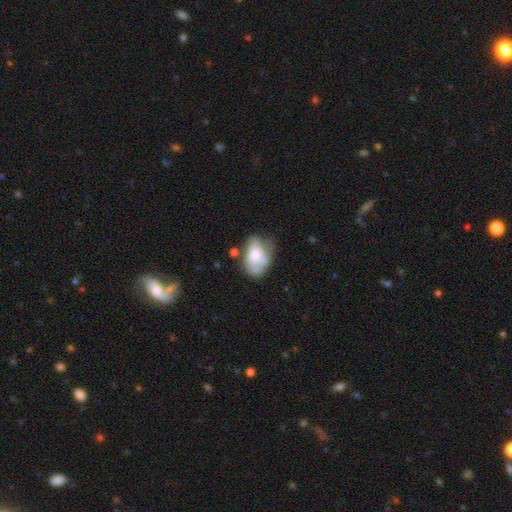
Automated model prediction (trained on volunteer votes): Q: Smooth or featured?
A: smooth (48%); runner-up: featured or disk (44%)
Q: Merging?
A: none (42%); runner-up: minor disturbance (31%)